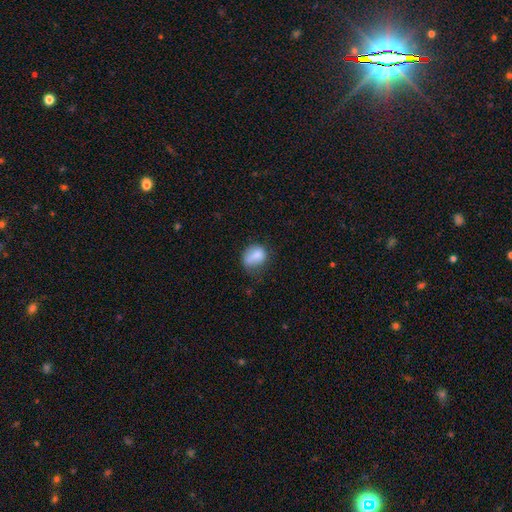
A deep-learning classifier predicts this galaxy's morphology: Q: Smooth or featured?
A: smooth (80%); runner-up: featured or disk (11%)
Q: How rounded?
A: in between (63%); runner-up: round (35%)
Q: Merging?
A: none (45%); runner-up: minor disturbance (35%)